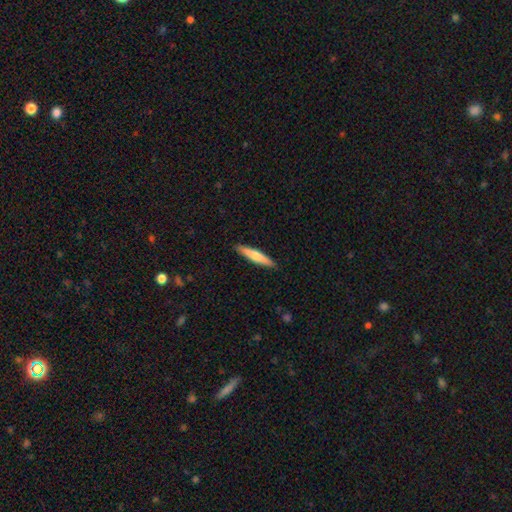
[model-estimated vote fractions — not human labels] A smooth galaxy with no disk features (65%) that is cigar-shaped (90%).

Vote fractions:
- Smooth or featured? smooth: 65% / featured or disk: 30% / star or artifact: 5%
- How rounded? cigar-shaped: 90% / in between: 9% / round: 1%
- Merging? none: 90% / minor disturbance: 7% / major disturbance: 1% / merger: 1%